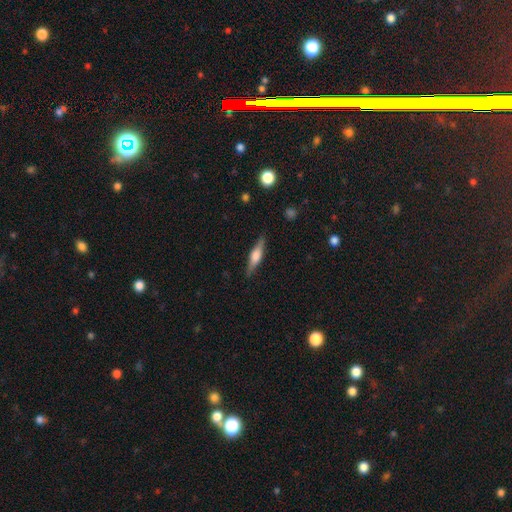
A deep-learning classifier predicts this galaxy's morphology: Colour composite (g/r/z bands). It shows a featured or disk galaxy (52%) viewed edge-on (95%). Merging: none (86%).